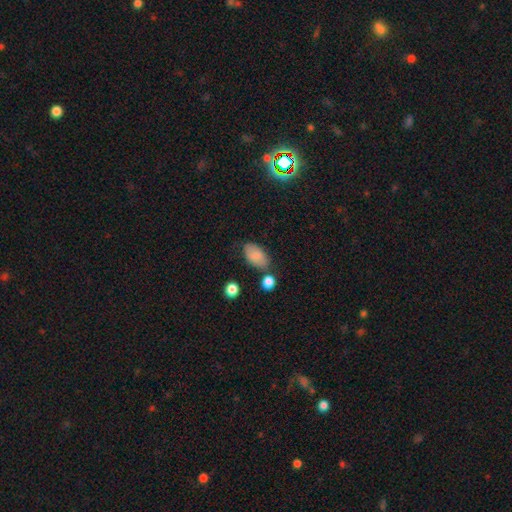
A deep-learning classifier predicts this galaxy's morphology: This appears to be a smooth galaxy with no disk features (82%) that is in between round and cigar-shaped (93%). Merging: none (68%).